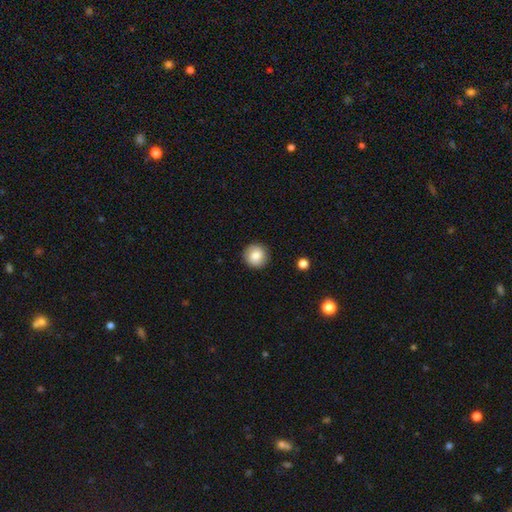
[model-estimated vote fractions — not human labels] A smooth galaxy with no disk features (81%) that is round (94%).

Vote fractions:
- Smooth or featured? smooth: 81% / featured or disk: 11% / star or artifact: 8%
- How rounded? round: 94% / in between: 6% / cigar-shaped: 1%
- Merging? none: 89% / minor disturbance: 8% / major disturbance: 2% / merger: 1%